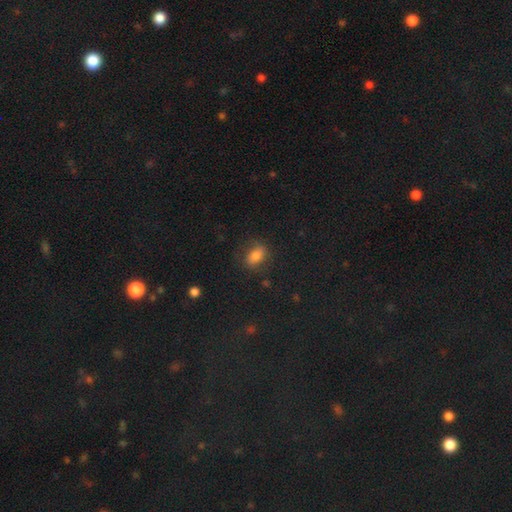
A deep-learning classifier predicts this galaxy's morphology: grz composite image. It shows a smooth galaxy with no disk features (74%) that is in between round and cigar-shaped (80%). Merging: none (78%).